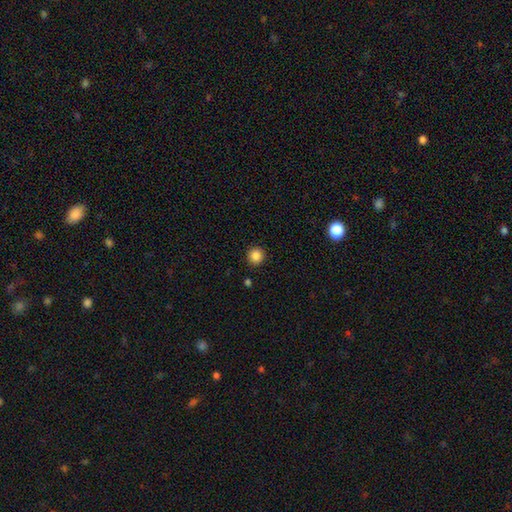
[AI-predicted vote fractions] smooth_or_featured: smooth (p=0.86) [alt: star or artifact p=0.11]
how_rounded: round (p=0.94) [alt: in between p=0.05]
merging: none (p=0.92) [alt: minor disturbance p=0.05]